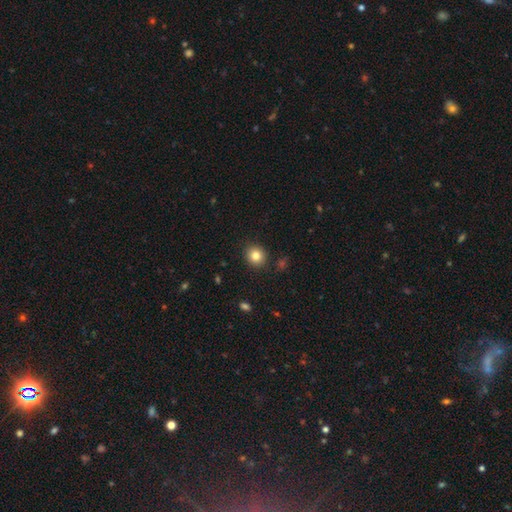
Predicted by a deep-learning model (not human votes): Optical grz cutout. It shows a smooth galaxy with no disk features (82%) that is round (86%). Merging: none (89%).